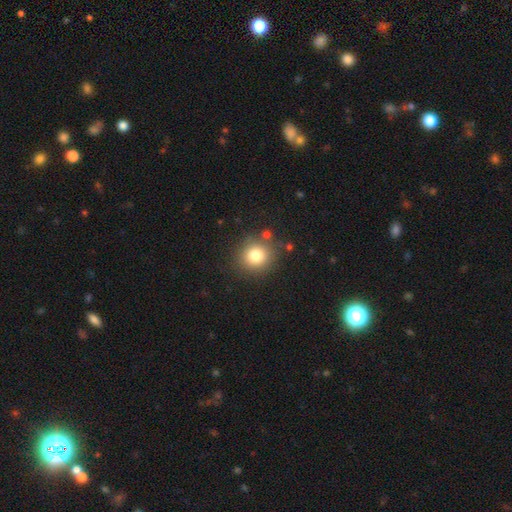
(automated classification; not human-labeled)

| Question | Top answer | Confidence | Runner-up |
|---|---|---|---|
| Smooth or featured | smooth | 79% | star or artifact (12%) |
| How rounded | round | 89% | in between (10%) |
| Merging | none | 84% | minor disturbance (9%) |